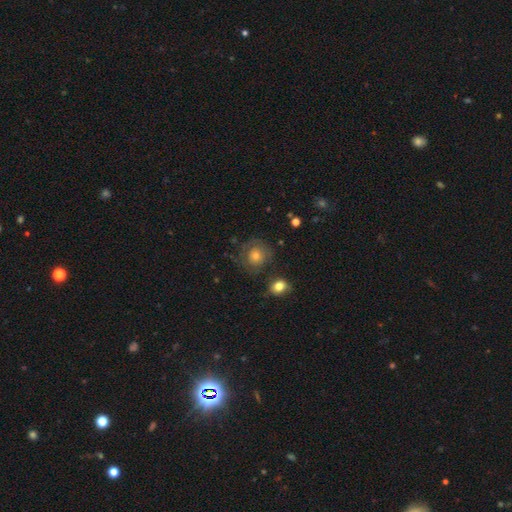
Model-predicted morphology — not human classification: Smooth or featured? featured or disk (44%)
Merging? none (68%)